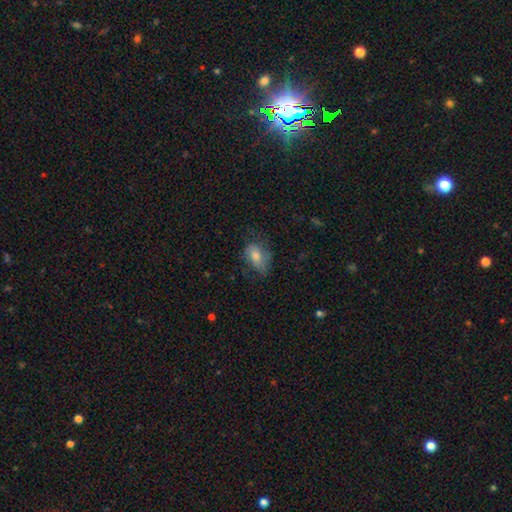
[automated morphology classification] The model was most divided on "smooth or featured": smooth: 55%, featured or disk: 33%, star or artifact: 12%. More confident: how rounded — in between (80%); merging — none (58%).